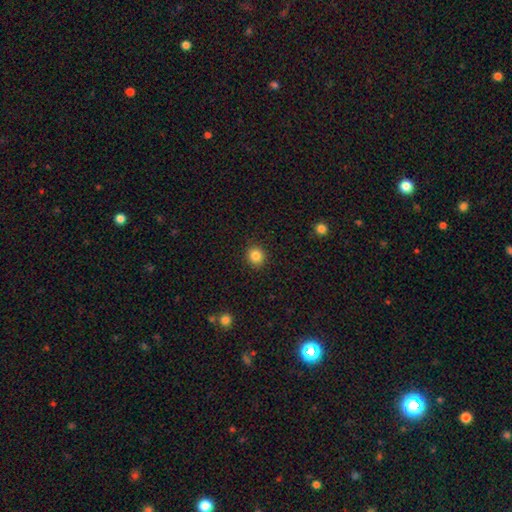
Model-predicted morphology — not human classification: Smooth or featured: smooth — 85% (star or artifact — 11%)
How rounded: round — 85% (in between — 14%)
Merging: none — 91% (minor disturbance — 6%)